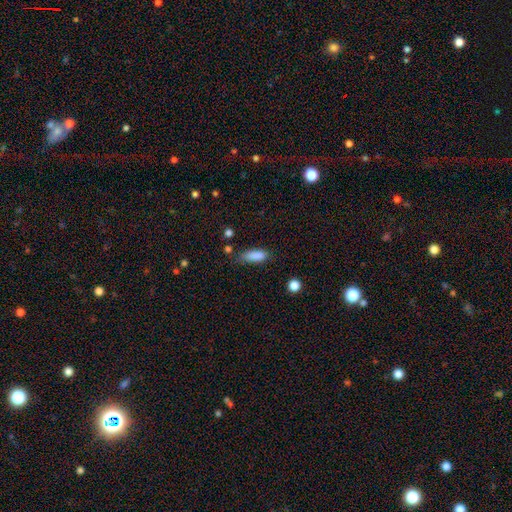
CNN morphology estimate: This appears to be a smooth galaxy with no disk features (86%) that is in between round and cigar-shaped (65%). Merging: none (63%).